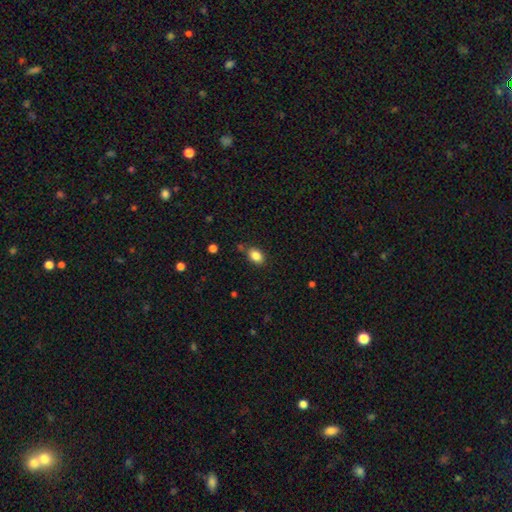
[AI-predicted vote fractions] Morphology: type=smooth (86%); roundness=in between (81%); merging=none (78%).